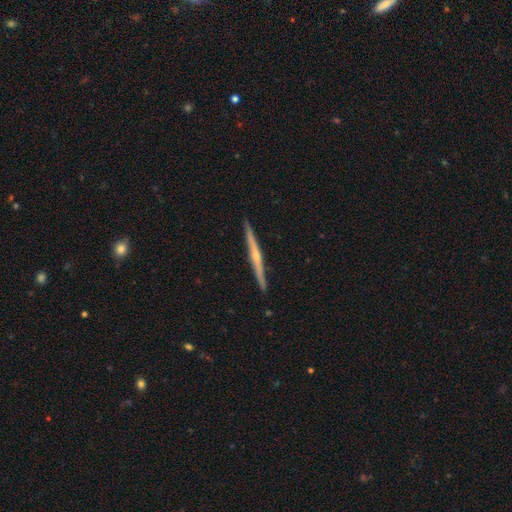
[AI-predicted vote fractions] The model was most divided on "edge-on bulge": rounded: 74%, none: 21%, boxy: 5%. More confident: edge-on disk — yes (98%); merging — none (93%); smooth or featured — featured or disk (78%).